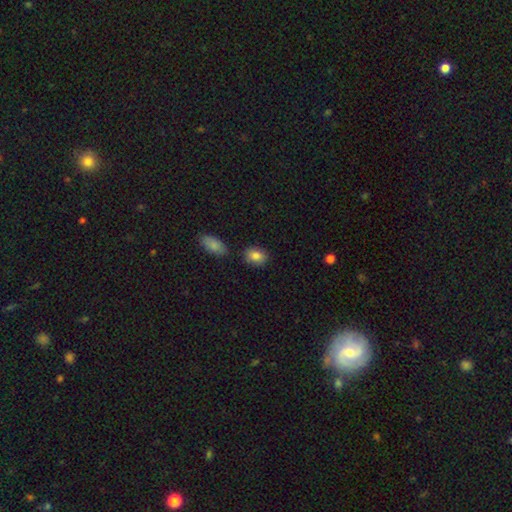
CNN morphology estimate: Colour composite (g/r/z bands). It shows a smooth galaxy with no disk features (84%) that is in between round and cigar-shaped (66%). Merging: none (80%).